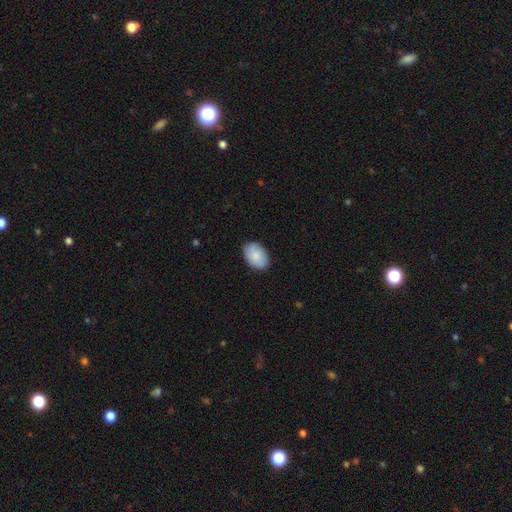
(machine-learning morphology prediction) Smooth or featured: smooth — 86% (featured or disk — 8%)
How rounded: in between — 88% (round — 11%)
Merging: none — 86% (minor disturbance — 11%)